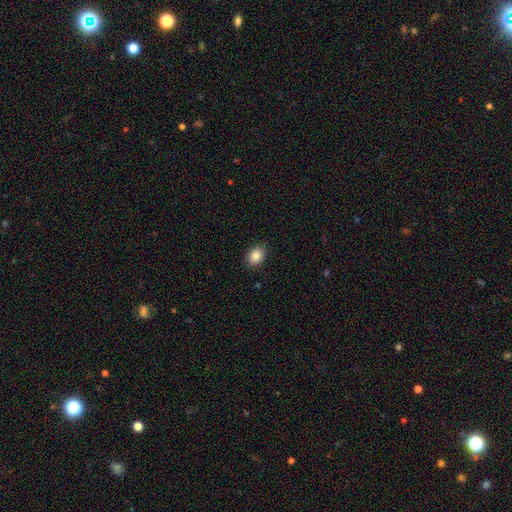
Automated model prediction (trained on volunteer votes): This is clearly a smooth galaxy (87%). How rounded: likely in between (64%). Merging: clearly none (88%).